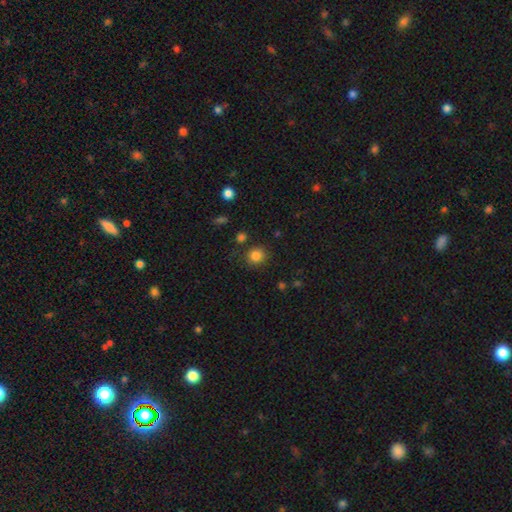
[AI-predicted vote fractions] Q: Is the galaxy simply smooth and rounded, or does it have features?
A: smooth — 84%.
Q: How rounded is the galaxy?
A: round — 86%.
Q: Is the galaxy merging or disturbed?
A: none — 82%.